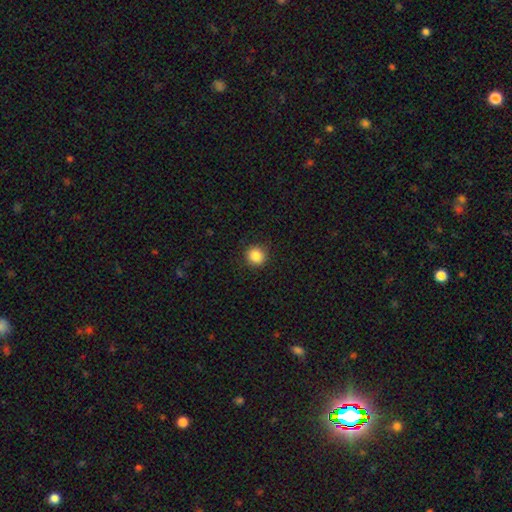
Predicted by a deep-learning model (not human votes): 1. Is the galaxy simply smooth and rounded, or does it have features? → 86% smooth, 10% star or artifact, 4% featured or disk.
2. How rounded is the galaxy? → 91% round, 8% in between, 1% cigar-shaped.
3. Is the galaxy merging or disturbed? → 90% none, 7% minor disturbance, 2% major disturbance, 1% merger.